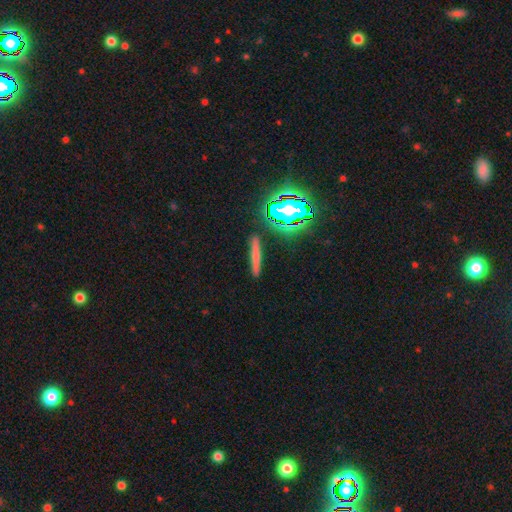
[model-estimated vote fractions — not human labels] A smooth galaxy with no disk features (56%) that is cigar-shaped (92%).

Vote fractions:
- Smooth or featured? smooth: 56% / featured or disk: 29% / star or artifact: 15%
- How rounded? cigar-shaped: 92% / in between: 5% / round: 3%
- Merging? none: 87% / minor disturbance: 9% / merger: 2% / major disturbance: 2%